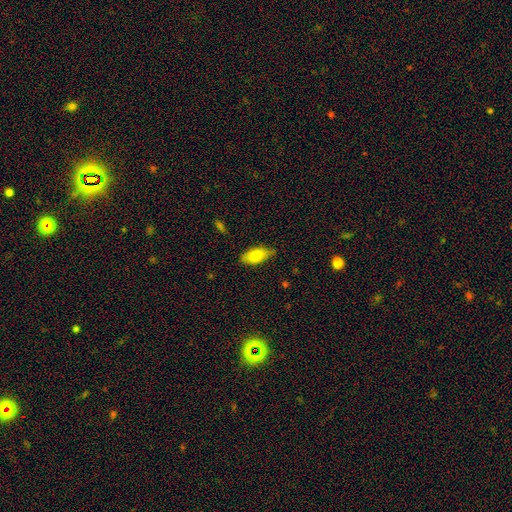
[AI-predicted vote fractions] smooth_or_featured: smooth (p=0.78) [alt: featured or disk p=0.15]
how_rounded: in between (p=0.88) [alt: cigar-shaped p=0.09]
merging: none (p=0.70) [alt: minor disturbance p=0.25]